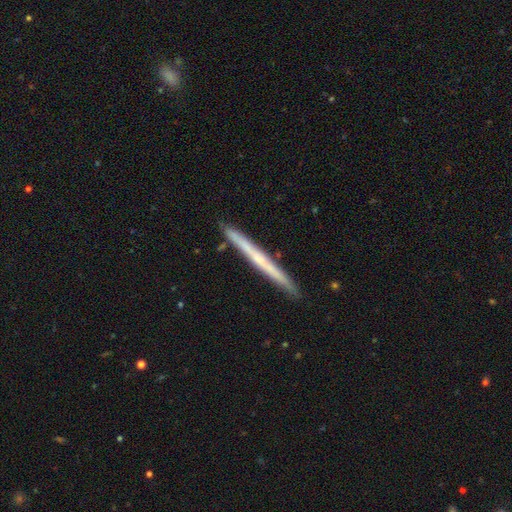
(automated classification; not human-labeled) Overall: featured or disk (55%; smooth 39%). Edge-on disk: yes (97%). Edge-on bulge: none (77%). Merging: none (90%).